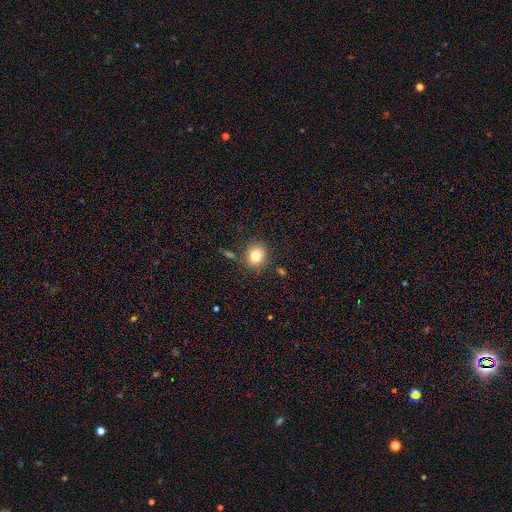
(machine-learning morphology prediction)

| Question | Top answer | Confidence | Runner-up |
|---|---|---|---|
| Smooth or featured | smooth | 80% | star or artifact (11%) |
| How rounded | round | 80% | in between (19%) |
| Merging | none | 82% | minor disturbance (10%) |